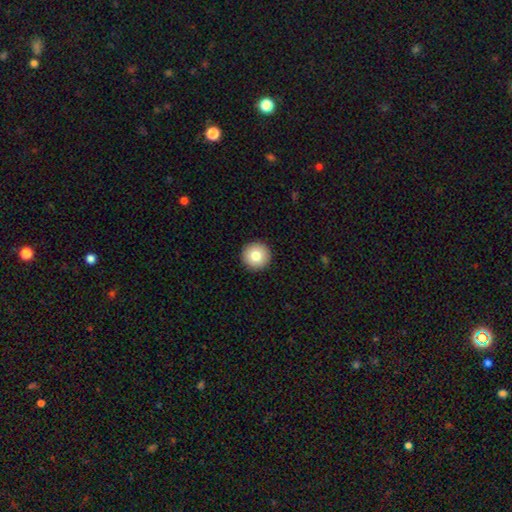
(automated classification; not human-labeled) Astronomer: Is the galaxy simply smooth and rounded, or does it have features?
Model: smooth — 80%.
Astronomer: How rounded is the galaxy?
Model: round — 96%.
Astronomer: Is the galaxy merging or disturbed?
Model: none — 93%.